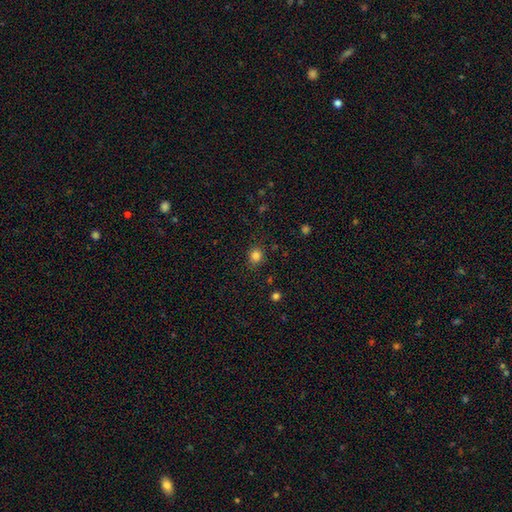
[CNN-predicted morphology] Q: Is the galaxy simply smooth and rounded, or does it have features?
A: smooth — 83%.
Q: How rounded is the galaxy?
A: round — 82%.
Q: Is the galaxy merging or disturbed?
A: none — 87%.